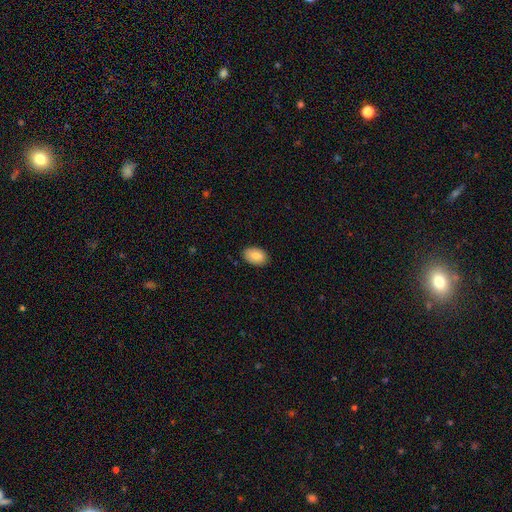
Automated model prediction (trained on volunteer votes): This appears to be a smooth galaxy with no disk features (84%) that is in between round and cigar-shaped (90%). Merging: none (87%).